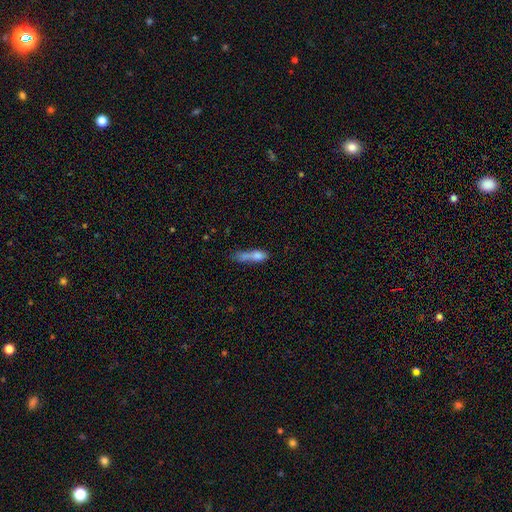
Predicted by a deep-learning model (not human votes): smooth-or-featured: smooth: 70% | featured or disk: 19% | star or artifact: 11%
  how-rounded: cigar-shaped: 55% | in between: 38% | round: 6%
  merging: merger: 32% | none: 25% | major disturbance: 22% | minor disturbance: 21%